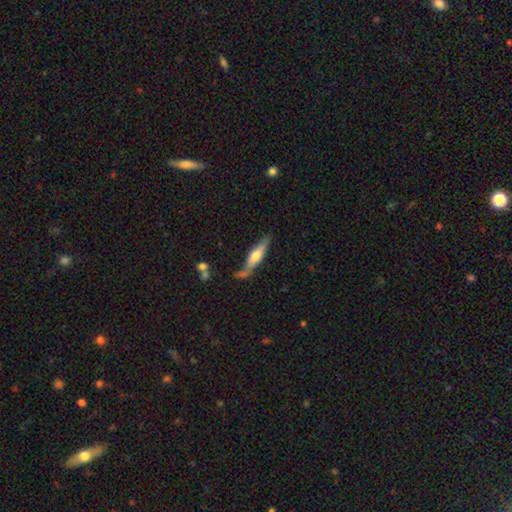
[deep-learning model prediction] Q: Smooth or featured?
A: featured or disk (50%); runner-up: smooth (45%)
Q: Merging?
A: none (61%); runner-up: minor disturbance (23%)